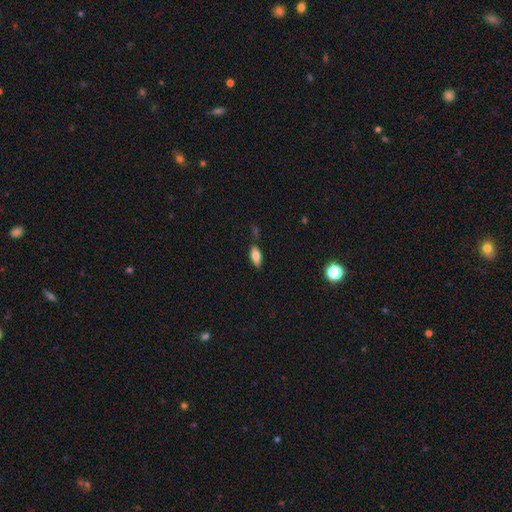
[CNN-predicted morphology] Overall: smooth (75%). How rounded: in between (83%). Merging: none (71%).